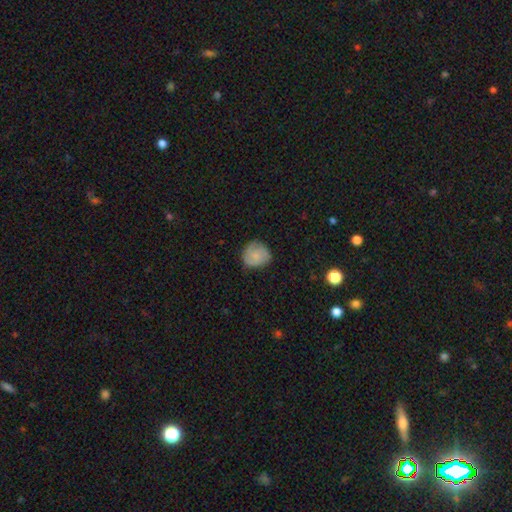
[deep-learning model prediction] smooth-or-featured: smooth: 64% | featured or disk: 28% | star or artifact: 8%
  how-rounded: round: 81% | in between: 18% | cigar-shaped: 1%
  merging: none: 73% | minor disturbance: 21% | major disturbance: 5% | merger: 1%